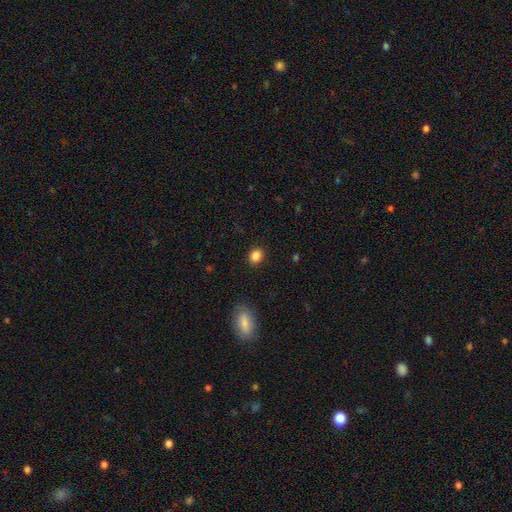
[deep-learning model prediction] Smooth or featured: smooth — 86% (star or artifact — 10%)
How rounded: in between — 51% (round — 48%)
Merging: none — 89% (minor disturbance — 8%)